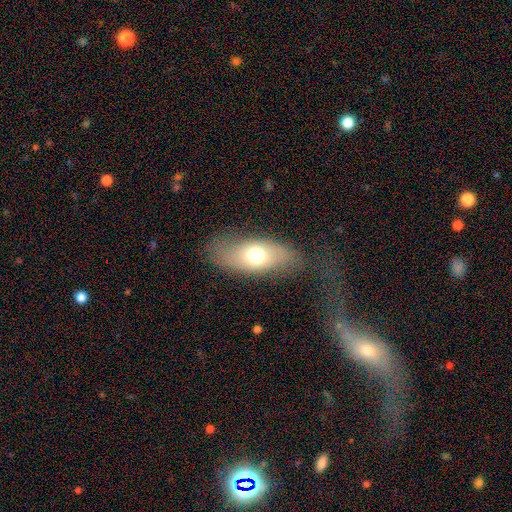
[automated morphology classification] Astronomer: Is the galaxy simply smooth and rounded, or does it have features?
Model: smooth — 62%.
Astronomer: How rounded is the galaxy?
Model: in between — 83%.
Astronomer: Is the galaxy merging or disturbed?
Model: none — 74%.